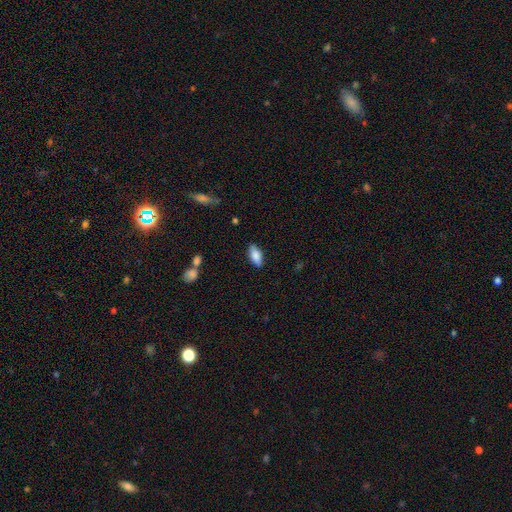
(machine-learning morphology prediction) Smooth or featured: smooth — 82% (featured or disk — 11%)
How rounded: in between — 84% (cigar-shaped — 13%)
Merging: none — 85% (minor disturbance — 11%)